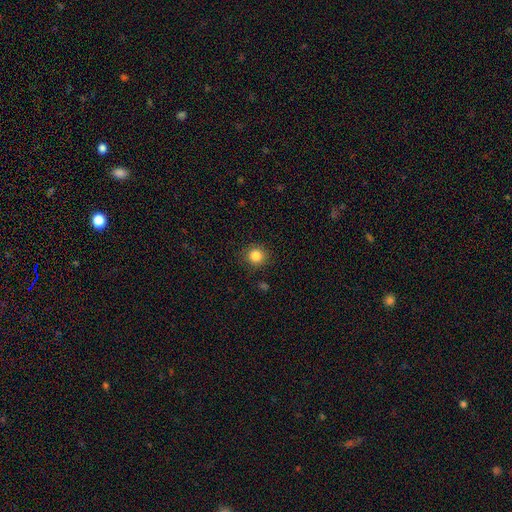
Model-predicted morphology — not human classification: smooth-or-featured: smooth: 85% | star or artifact: 11% | featured or disk: 4%
  how-rounded: round: 91% | in between: 8% | cigar-shaped: 1%
  merging: none: 89% | minor disturbance: 8% | major disturbance: 3% | merger: 1%